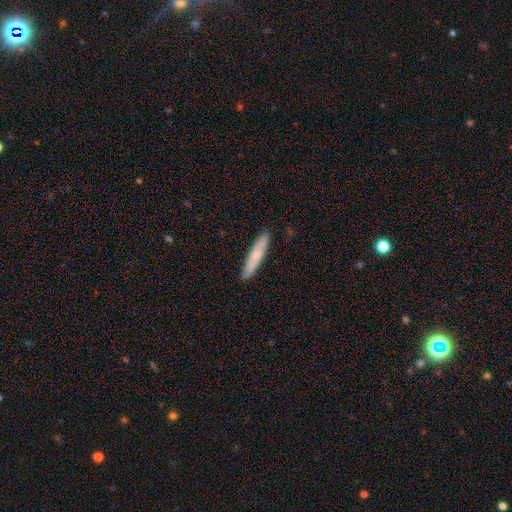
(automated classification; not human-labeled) Smooth or featured? smooth (59%)
How rounded? cigar-shaped (88%)
Merging? none (89%)